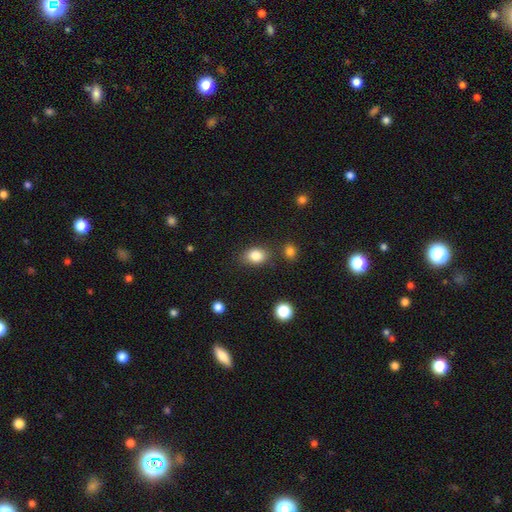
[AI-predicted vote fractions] A smooth galaxy with no disk features (84%) that is in between round and cigar-shaped (68%). Merging: none (79%).